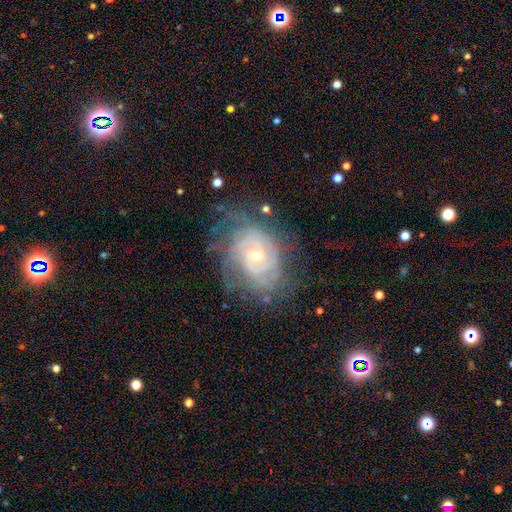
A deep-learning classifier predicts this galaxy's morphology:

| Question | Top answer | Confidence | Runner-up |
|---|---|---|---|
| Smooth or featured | featured or disk | 86% | smooth (7%) |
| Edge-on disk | no | 97% | yes (3%) |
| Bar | no | 62% | weak (31%) |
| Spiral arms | yes | 96% | no (4%) |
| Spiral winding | tight | 76% | medium (20%) |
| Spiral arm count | can't tell | 35% | 2 (20%) |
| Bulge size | small | 70% | moderate (27%) |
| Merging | none | 66% | minor disturbance (21%) |